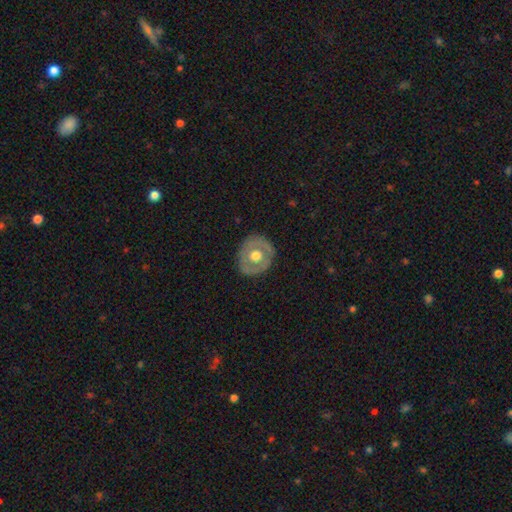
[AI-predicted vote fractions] A featured or disk galaxy (52%).

Vote fractions:
- Smooth or featured? featured or disk: 52% / smooth: 43% / star or artifact: 5%
- Edge-on disk? no: 95% / yes: 5%
- Merging? none: 83% / minor disturbance: 12% / major disturbance: 4% / merger: 1%